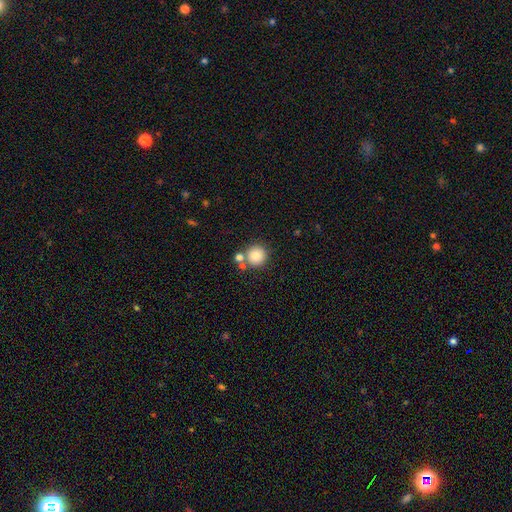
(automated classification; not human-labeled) Smooth or featured? Predicted: smooth (p=0.82). How rounded? Predicted: round (p=0.93). Merging? Predicted: none (p=0.71).